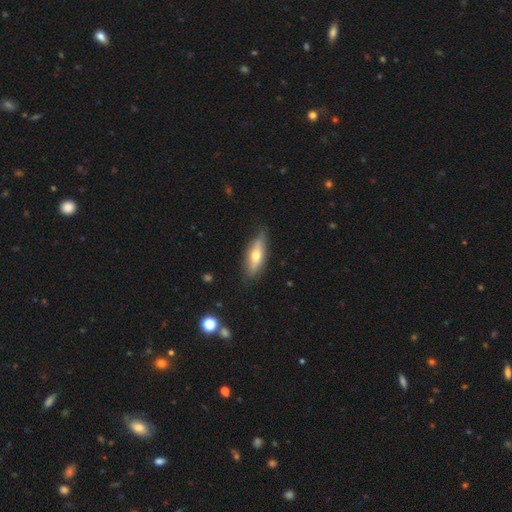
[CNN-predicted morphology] smooth 55%, featured or disk 40%, star or artifact 6%. Down the decision tree: how rounded — in between (55%); merging — none (78%).